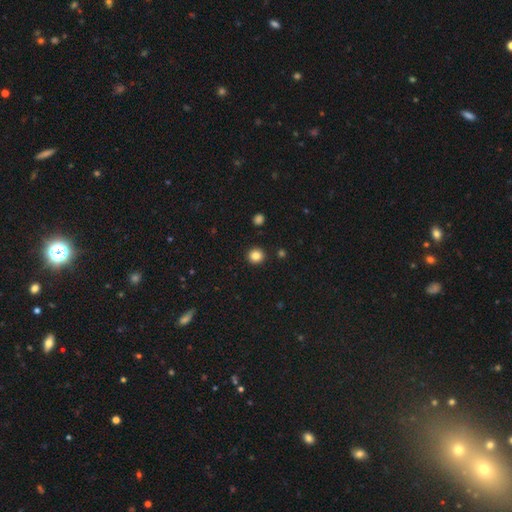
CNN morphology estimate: This is clearly a smooth galaxy (85%). How rounded: clearly round (92%). Merging: clearly none (92%).